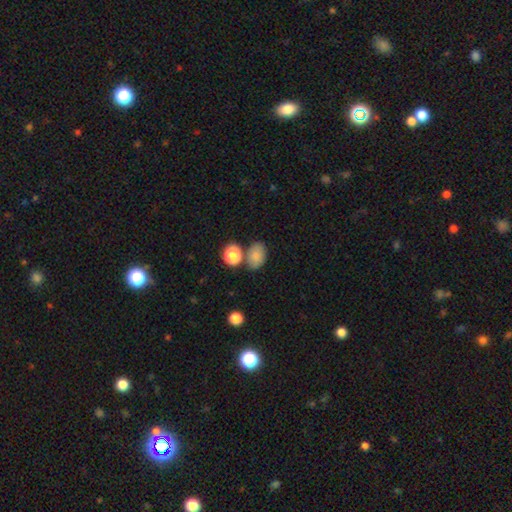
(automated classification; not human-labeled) Smooth or featured?
  - smooth: 83% *
  - star or artifact: 10%
  - featured or disk: 7%
How rounded?
  - in between: 81% *
  - round: 18%
  - cigar-shaped: 1%
Merging?
  - none: 65% *
  - merger: 16%
  - minor disturbance: 15%
  - major disturbance: 4%